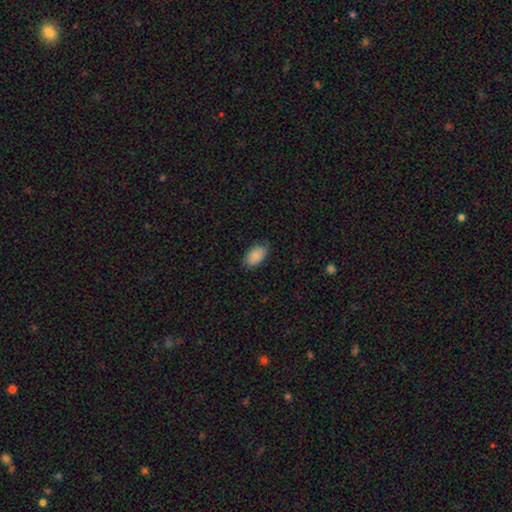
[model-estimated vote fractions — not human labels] This is clearly a smooth galaxy (89%). How rounded: clearly in between (94%). Merging: clearly none (81%).